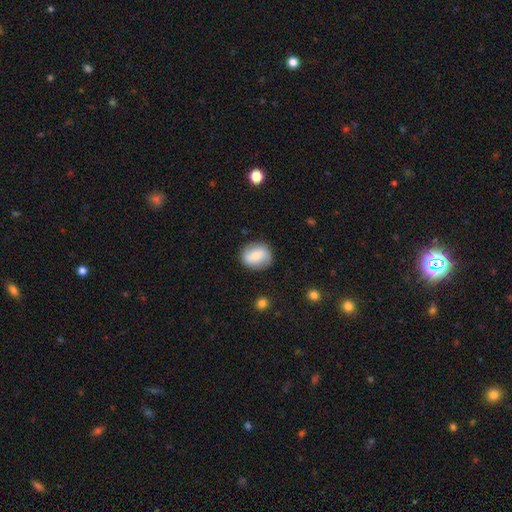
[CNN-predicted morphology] A smooth galaxy with no disk features (64%) that is round (65%). Merging: none (84%).